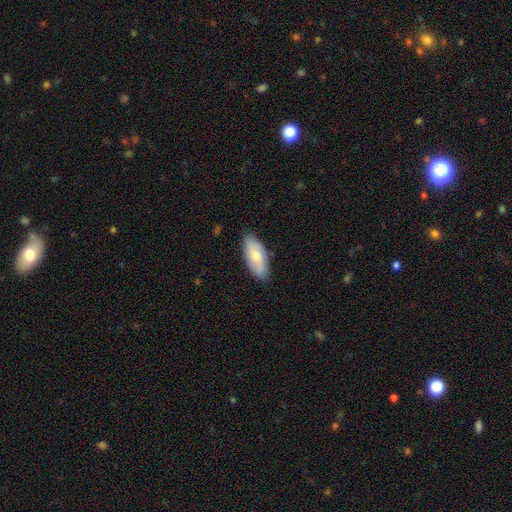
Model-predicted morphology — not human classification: A smooth galaxy with no disk features (68%) that is in between round and cigar-shaped (85%). Merging: none (83%).